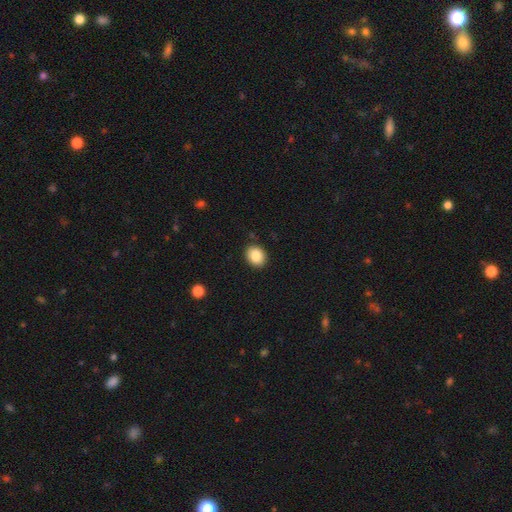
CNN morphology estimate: Smooth or featured: smooth — 86% (star or artifact — 8%)
How rounded: round — 56% (in between — 43%)
Merging: none — 89% (minor disturbance — 8%)